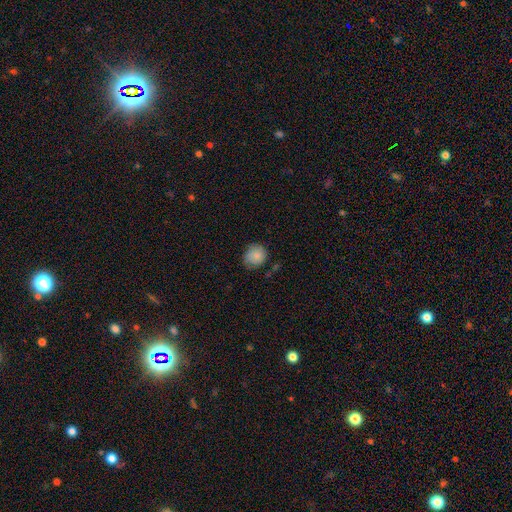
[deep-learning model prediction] smooth-or-featured: smooth: 84% | featured or disk: 8% | star or artifact: 8%
  how-rounded: round: 83% | in between: 16% | cigar-shaped: 1%
  merging: none: 76% | minor disturbance: 18% | major disturbance: 4% | merger: 2%